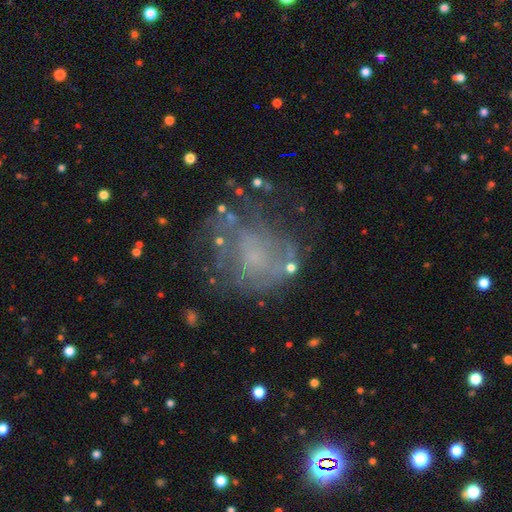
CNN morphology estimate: Smooth or featured? Predicted: featured or disk (p=0.49). Merging? Predicted: none (p=0.53).